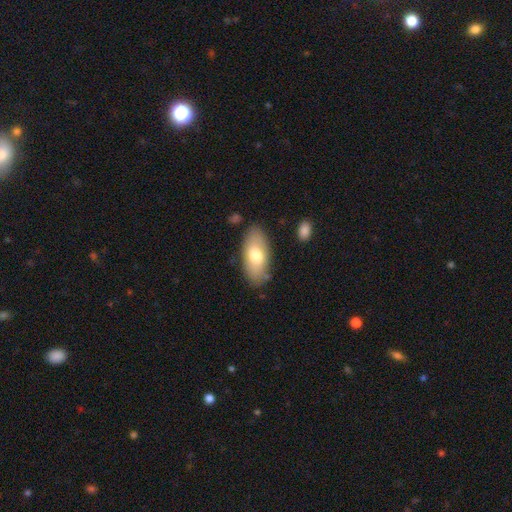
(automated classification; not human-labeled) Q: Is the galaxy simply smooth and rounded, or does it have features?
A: smooth — 72%.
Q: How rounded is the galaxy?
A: in between — 91%.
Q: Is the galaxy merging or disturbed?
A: none — 81%.